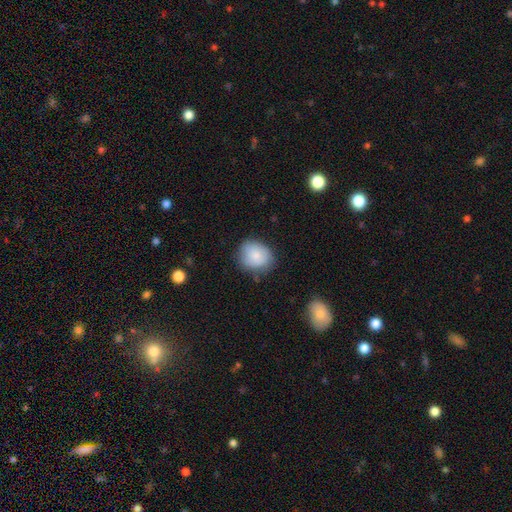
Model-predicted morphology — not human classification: Smooth or featured? smooth (79%)
How rounded? round (71%)
Merging? none (71%)